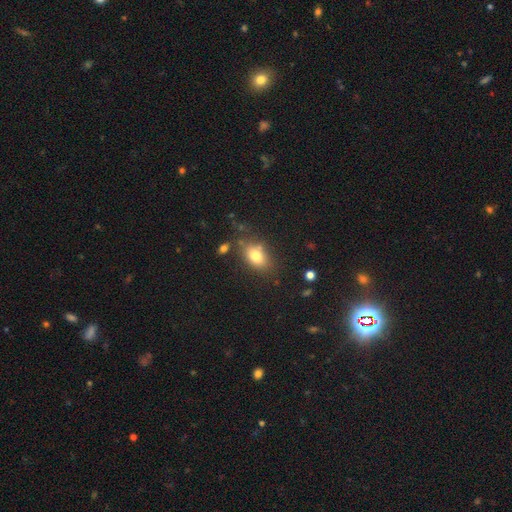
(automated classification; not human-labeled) A smooth galaxy with no disk features (79%) that is in between round and cigar-shaped (83%).

Vote fractions:
- Smooth or featured? smooth: 79% / featured or disk: 12% / star or artifact: 10%
- How rounded? in between: 83% / round: 14% / cigar-shaped: 2%
- Merging? none: 71% / minor disturbance: 16% / merger: 8% / major disturbance: 5%